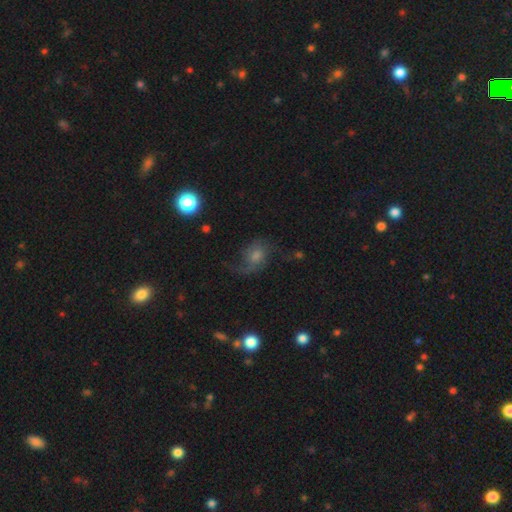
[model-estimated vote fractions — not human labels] featured or disk 51%, smooth 33%, star or artifact 16%. Down the decision tree: edge-on disk — no (96%); merging — none (51%).